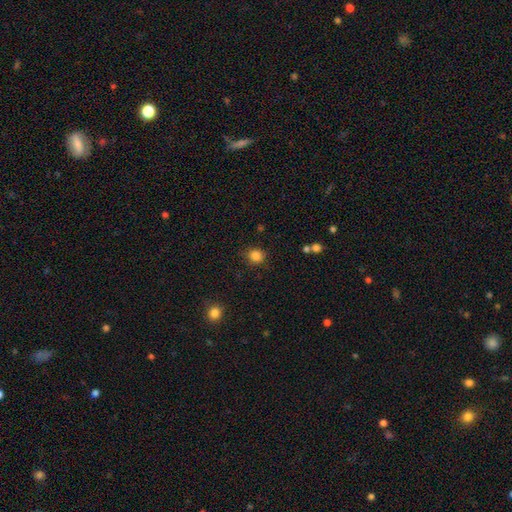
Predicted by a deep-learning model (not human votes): A smooth galaxy with no disk features (85%) that is round (84%).

Vote fractions:
- Smooth or featured? smooth: 85% / star or artifact: 11% / featured or disk: 4%
- How rounded? round: 84% / in between: 15% / cigar-shaped: 1%
- Merging? none: 84% / minor disturbance: 11% / major disturbance: 3% / merger: 2%